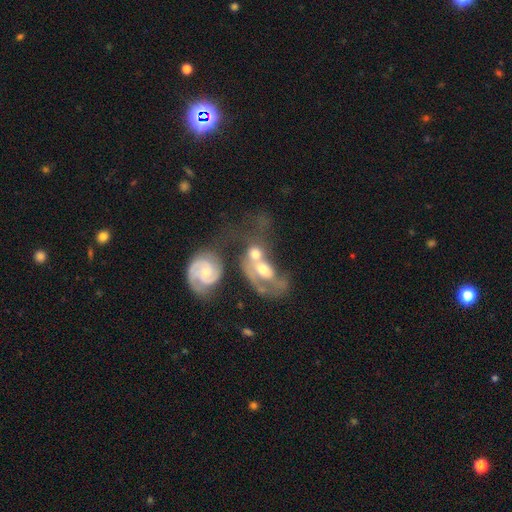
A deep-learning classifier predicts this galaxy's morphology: This is likely a featured or disk galaxy (72%). It is clearly not viewed edge-on (96%). Bar: likely no (64%). Spiral arm pattern: clearly yes (81%). Spiral arm count: likely 2 (64%). Spiral winding: marginally medium (42%). Central bulge: possibly moderate (56%). Merging: likely merger (64%).